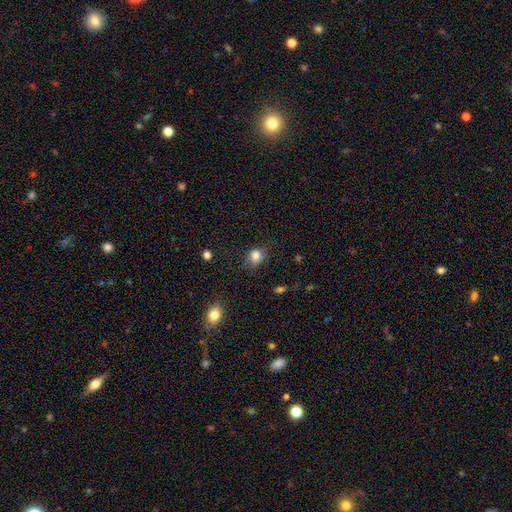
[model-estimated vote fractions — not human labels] Q: Smooth or featured?
A: smooth (80%); runner-up: star or artifact (11%)
Q: How rounded?
A: round (49%); tied with: in between (49%)
Q: Merging?
A: none (62%); runner-up: minor disturbance (25%)